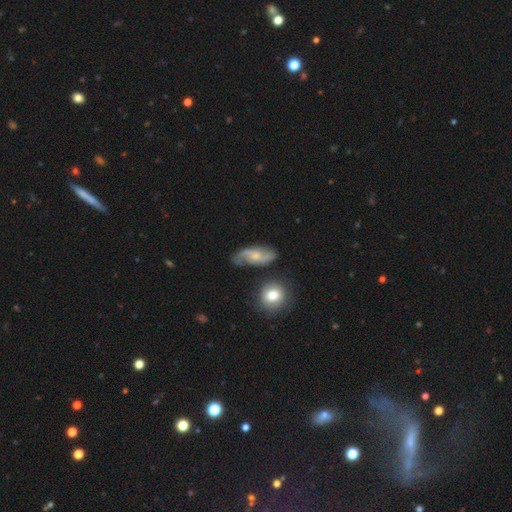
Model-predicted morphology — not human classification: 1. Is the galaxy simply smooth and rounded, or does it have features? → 67% featured or disk, 27% smooth, 7% star or artifact.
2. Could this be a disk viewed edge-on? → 94% no, 6% yes.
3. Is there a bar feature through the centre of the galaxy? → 55% no, 38% weak, 7% strong.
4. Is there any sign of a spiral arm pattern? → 91% yes, 9% no.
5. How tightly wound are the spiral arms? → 52% loose, 36% medium, 12% tight.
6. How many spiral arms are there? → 86% 2, 7% can't tell, 3% 1, 2% 3, 1% 4, 1% more than 4.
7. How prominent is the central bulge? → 51% small, 35% moderate, 9% none, 4% large, 1% dominant.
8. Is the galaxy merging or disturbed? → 66% none, 21% minor disturbance, 7% major disturbance, 6% merger.